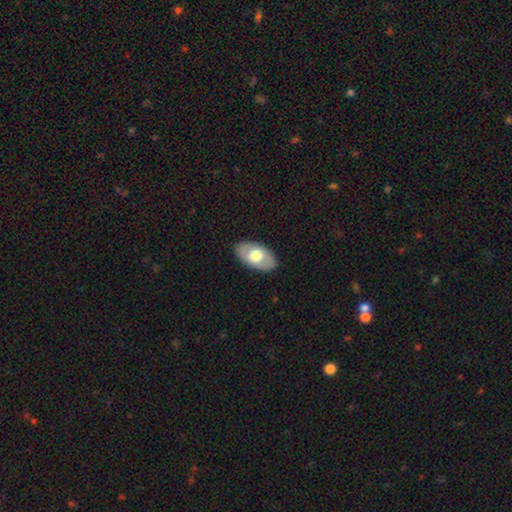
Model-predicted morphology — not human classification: Q: Smooth or featured?
A: smooth (59%); runner-up: featured or disk (36%)
Q: How rounded?
A: in between (94%); runner-up: round (4%)
Q: Merging?
A: none (86%); runner-up: minor disturbance (11%)